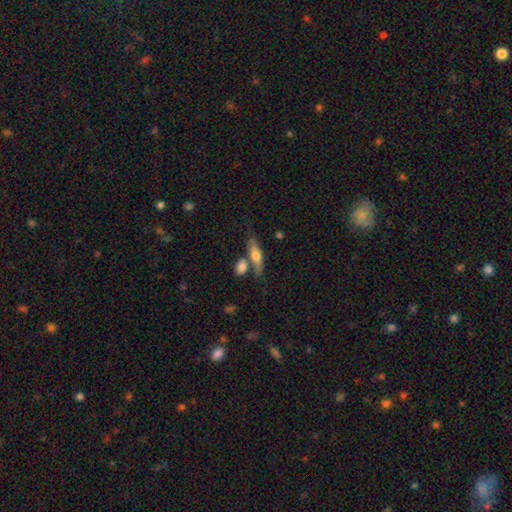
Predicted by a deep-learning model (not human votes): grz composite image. It shows a smooth galaxy with no disk features (51%) that is cigar-shaped (58%). Merging: none (58%).